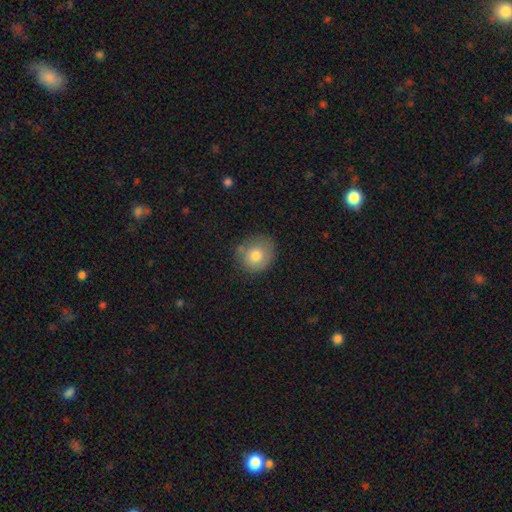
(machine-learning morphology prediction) Q: Smooth or featured?
A: smooth (77%); runner-up: featured or disk (15%)
Q: How rounded?
A: round (78%); runner-up: in between (21%)
Q: Merging?
A: none (70%); runner-up: minor disturbance (22%)